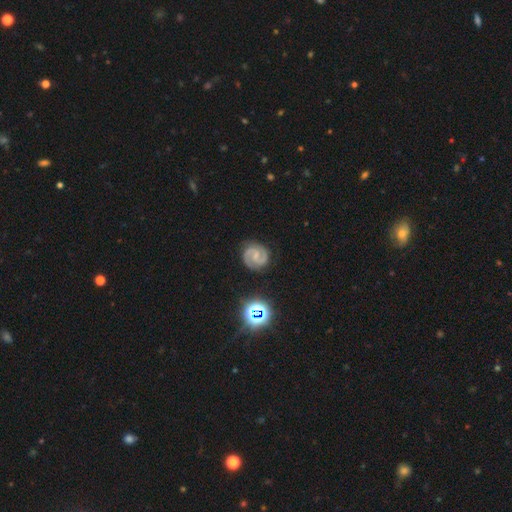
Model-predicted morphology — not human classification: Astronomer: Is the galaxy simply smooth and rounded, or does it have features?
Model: featured or disk — 87%.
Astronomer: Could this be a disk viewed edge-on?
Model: no — 98%.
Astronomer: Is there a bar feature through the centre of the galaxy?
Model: weak — 48% (runner-up: no, 35%).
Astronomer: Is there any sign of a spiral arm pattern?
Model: yes — 98%.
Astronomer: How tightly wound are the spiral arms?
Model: medium — 49% (runner-up: tight, 44%).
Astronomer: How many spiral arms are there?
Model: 2 — 93%.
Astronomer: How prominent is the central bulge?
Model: small — 54%.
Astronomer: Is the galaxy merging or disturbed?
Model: none — 85%.